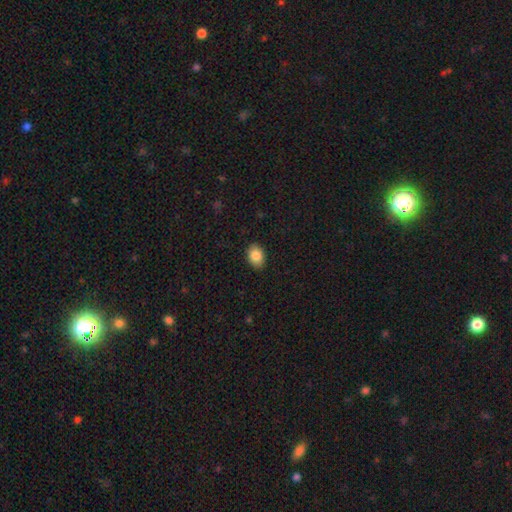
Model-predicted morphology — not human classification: Smooth or featured?
  - smooth: 86% *
  - star or artifact: 8%
  - featured or disk: 6%
How rounded?
  - in between: 77% *
  - round: 22%
  - cigar-shaped: 1%
Merging?
  - none: 88% *
  - minor disturbance: 9%
  - major disturbance: 2%
  - merger: 1%